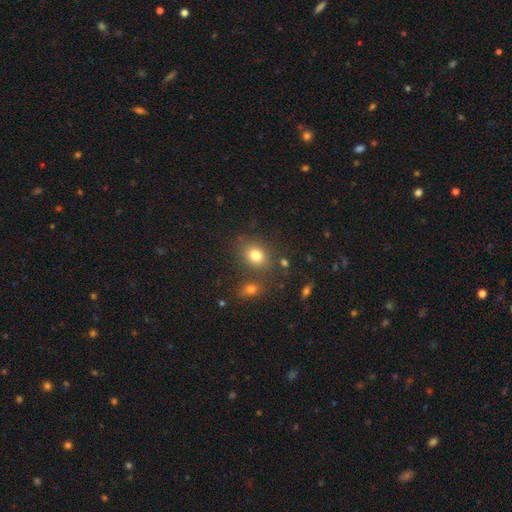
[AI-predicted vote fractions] Morphology: type=smooth (79%); roundness=in between (51%); merging=none (73%).